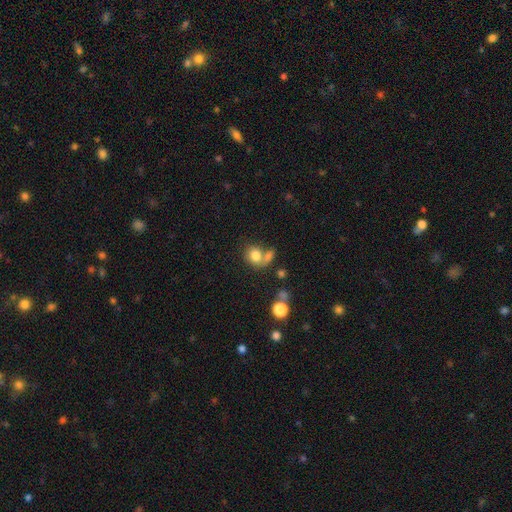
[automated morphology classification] type=smooth (79%); roundness=round (61%); merging=none (41%).